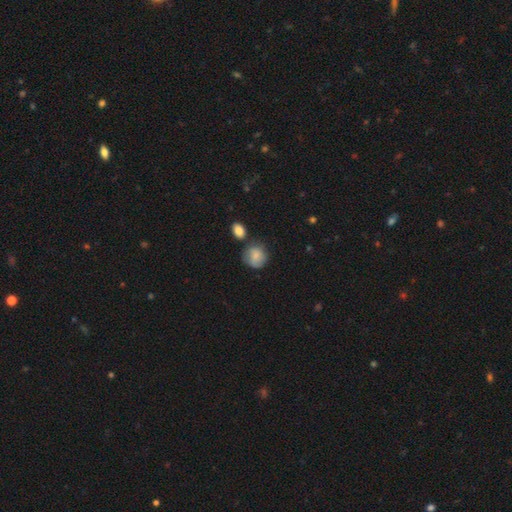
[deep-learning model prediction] This is clearly a smooth galaxy (81%). How rounded: likely round (77%). Merging: possibly none (60%).